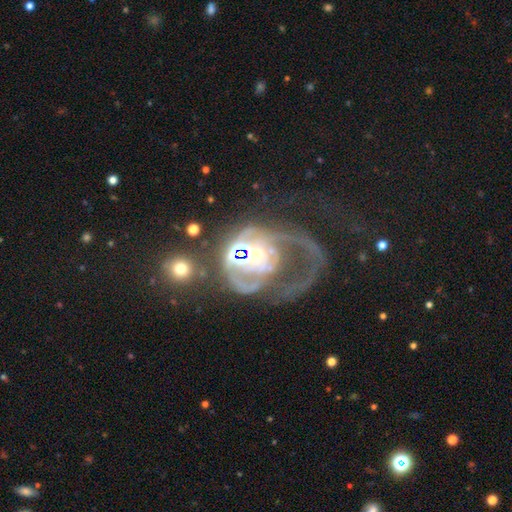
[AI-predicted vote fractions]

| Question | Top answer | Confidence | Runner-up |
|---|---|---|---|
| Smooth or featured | featured or disk | 75% | smooth (13%) |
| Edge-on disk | no | 97% | yes (3%) |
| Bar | no | 69% | weak (22%) |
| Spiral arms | yes | 71% | no (29%) |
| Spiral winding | medium | 38% | loose (32%) |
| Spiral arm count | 2 | 34% | can't tell (27%) |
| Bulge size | moderate | 50% | small (35%) |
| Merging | major disturbance | 47% | merger (26%) |